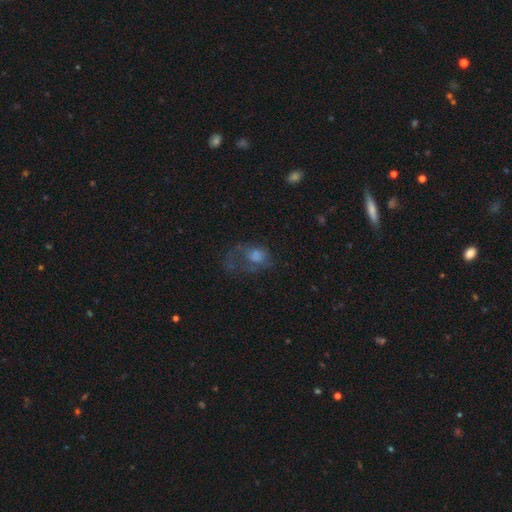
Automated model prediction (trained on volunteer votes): smooth_or_featured: featured or disk (p=0.42) [alt: smooth p=0.40]
merging: major disturbance (p=0.48) [alt: none p=0.32]